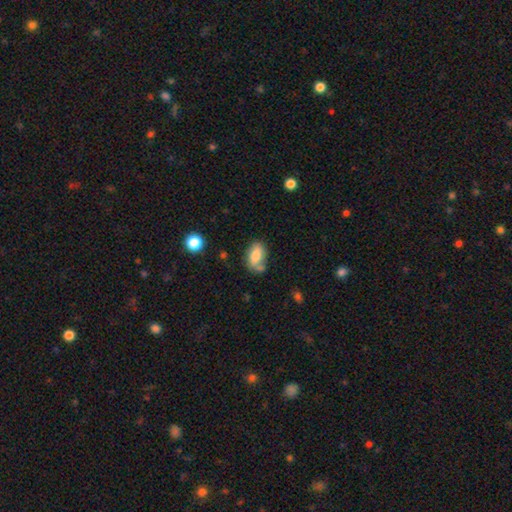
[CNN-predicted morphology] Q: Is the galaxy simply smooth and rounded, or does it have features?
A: smooth — 75%.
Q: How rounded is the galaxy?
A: in between — 89%.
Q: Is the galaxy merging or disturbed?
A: none — 59%.